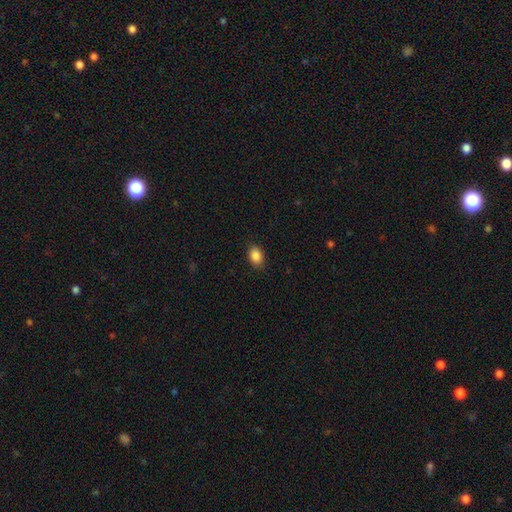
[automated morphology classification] Q: Smooth or featured?
A: smooth (88%); runner-up: star or artifact (8%)
Q: How rounded?
A: in between (74%); runner-up: round (25%)
Q: Merging?
A: none (86%); runner-up: minor disturbance (11%)